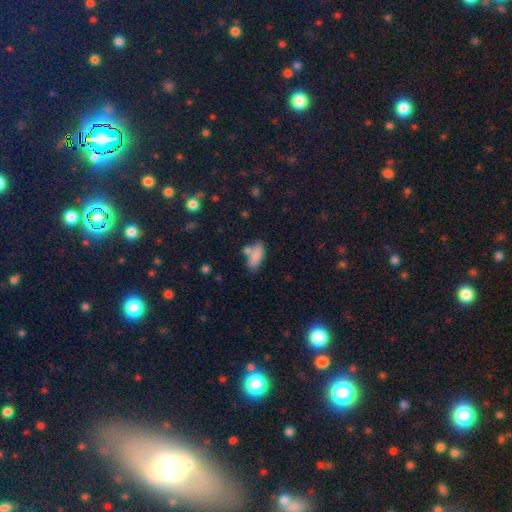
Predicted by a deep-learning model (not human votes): Smooth or featured: smooth — 83% (featured or disk — 9%)
How rounded: in between — 66% (cigar-shaped — 32%)
Merging: none — 62% (merger — 18%)